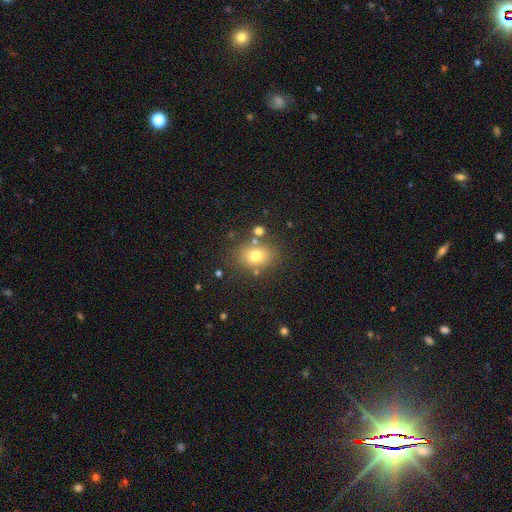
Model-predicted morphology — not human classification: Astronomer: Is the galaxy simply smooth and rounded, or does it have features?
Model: smooth — 75%.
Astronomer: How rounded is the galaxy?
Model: in between — 58% (runner-up: round, 41%).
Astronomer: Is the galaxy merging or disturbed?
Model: none — 74%.